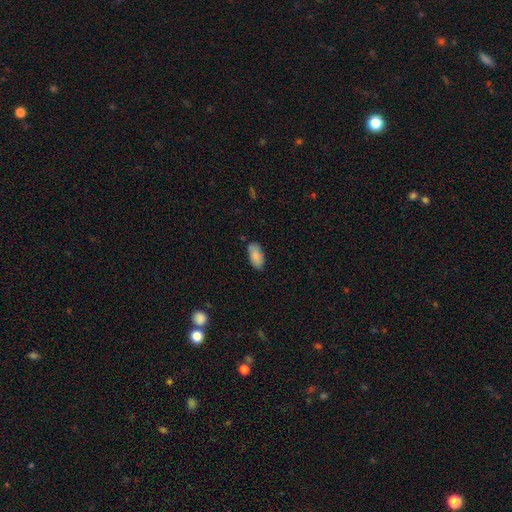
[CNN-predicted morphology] Smooth or featured? Predicted: smooth (p=0.85). How rounded? Predicted: in between (p=0.93). Merging? Predicted: none (p=0.81).